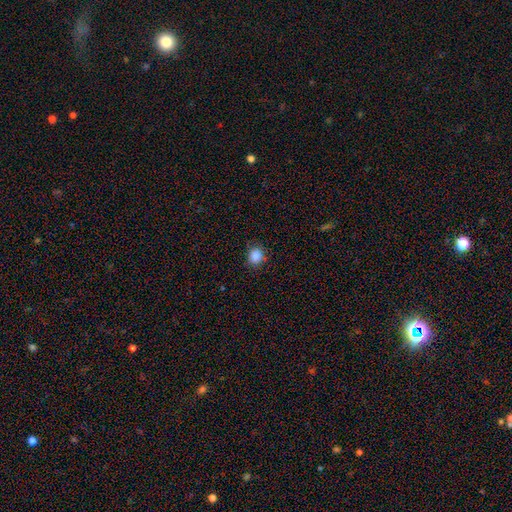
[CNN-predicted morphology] Q: Smooth or featured?
A: smooth (86%); runner-up: star or artifact (10%)
Q: How rounded?
A: round (74%); runner-up: in between (25%)
Q: Merging?
A: none (80%); runner-up: minor disturbance (15%)